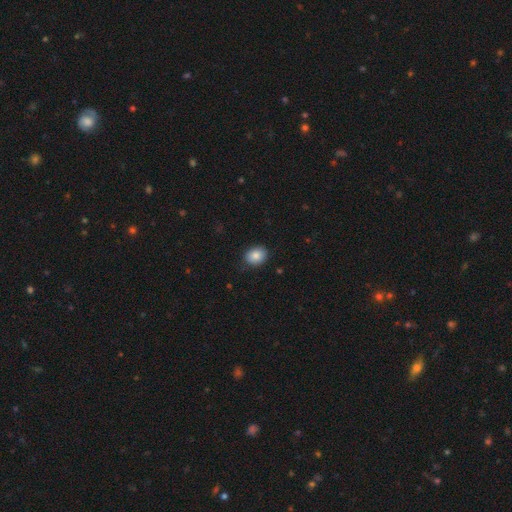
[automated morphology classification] type=smooth (86%); roundness=in between (56%); merging=none (83%).